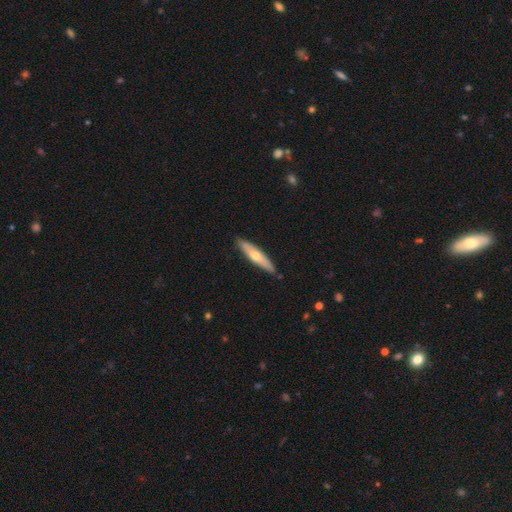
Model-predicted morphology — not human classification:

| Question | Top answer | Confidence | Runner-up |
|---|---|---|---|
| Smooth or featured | smooth | 49% | featured or disk (46%) |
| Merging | none | 89% | minor disturbance (9%) |